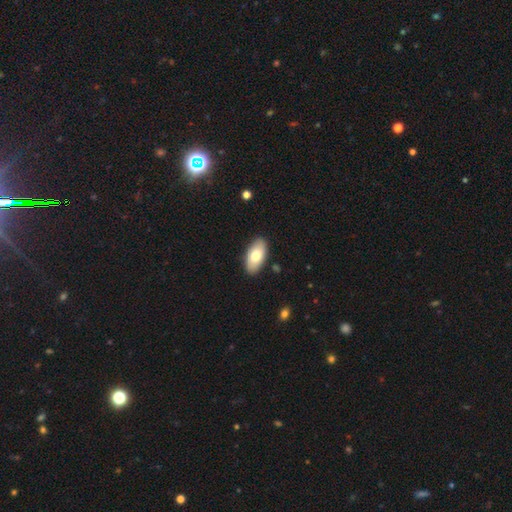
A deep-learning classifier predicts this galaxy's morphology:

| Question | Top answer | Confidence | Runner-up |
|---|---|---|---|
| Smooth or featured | smooth | 77% | featured or disk (18%) |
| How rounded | in between | 94% | cigar-shaped (3%) |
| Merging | none | 88% | minor disturbance (9%) |